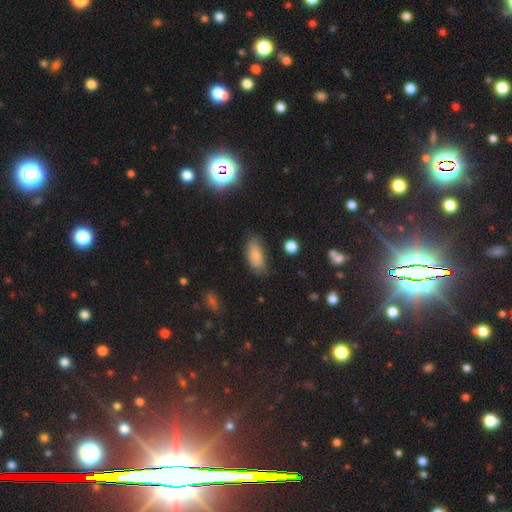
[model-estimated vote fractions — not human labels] Smooth or featured?
  - smooth: 82% *
  - featured or disk: 10%
  - star or artifact: 8%
How rounded?
  - in between: 86% *
  - cigar-shaped: 11%
  - round: 3%
Merging?
  - none: 72% *
  - minor disturbance: 21%
  - major disturbance: 5%
  - merger: 2%